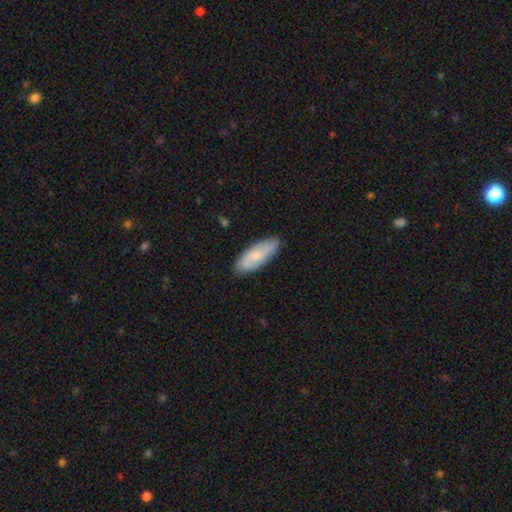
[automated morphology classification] Smooth or featured? Predicted: smooth (p=0.59). How rounded? Predicted: in between (p=0.72). Merging? Predicted: none (p=0.82).